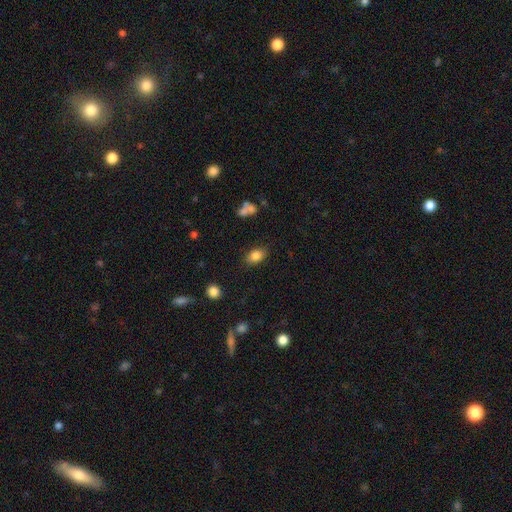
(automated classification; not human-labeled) A smooth galaxy with no disk features (84%) that is in between round and cigar-shaped (82%).

Vote fractions:
- Smooth or featured? smooth: 84% / star or artifact: 9% / featured or disk: 7%
- How rounded? in between: 82% / round: 16% / cigar-shaped: 2%
- Merging? none: 83% / minor disturbance: 12% / major disturbance: 3% / merger: 2%